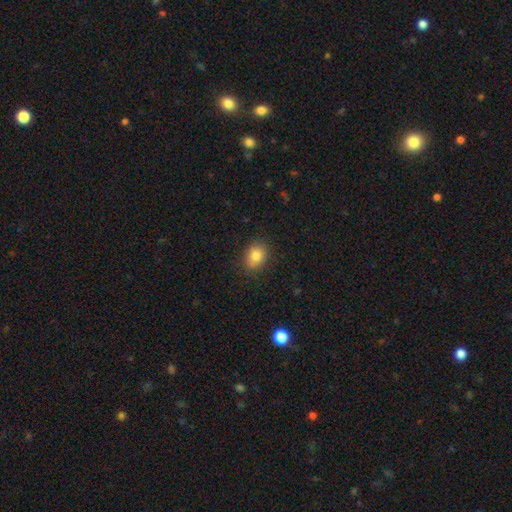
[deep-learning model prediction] smooth_or_featured: smooth (p=0.84) [alt: star or artifact p=0.09]
how_rounded: in between (p=0.54) [alt: round p=0.45]
merging: none (p=0.84) [alt: minor disturbance p=0.12]